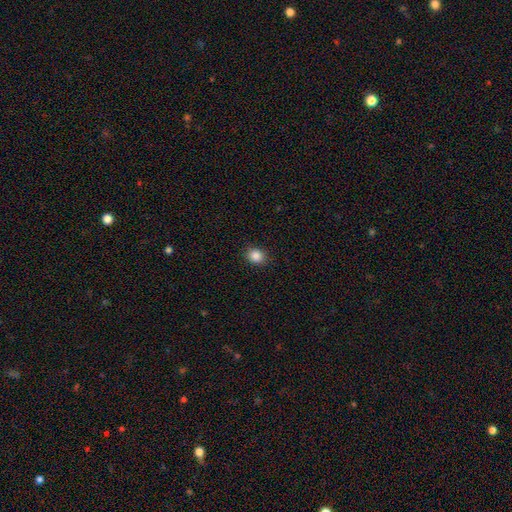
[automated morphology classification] smooth_or_featured: smooth (p=0.87) [alt: star or artifact p=0.10]
how_rounded: round (p=0.57) [alt: in between p=0.42]
merging: none (p=0.89) [alt: minor disturbance p=0.08]